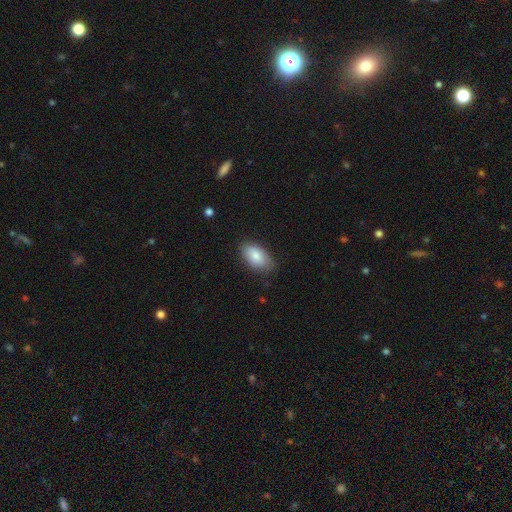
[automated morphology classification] A smooth galaxy with no disk features (82%) that is in between round and cigar-shaped (93%).

Vote fractions:
- Smooth or featured? smooth: 82% / featured or disk: 11% / star or artifact: 7%
- How rounded? in between: 93% / round: 5% / cigar-shaped: 2%
- Merging? none: 79% / minor disturbance: 17% / major disturbance: 3% / merger: 1%